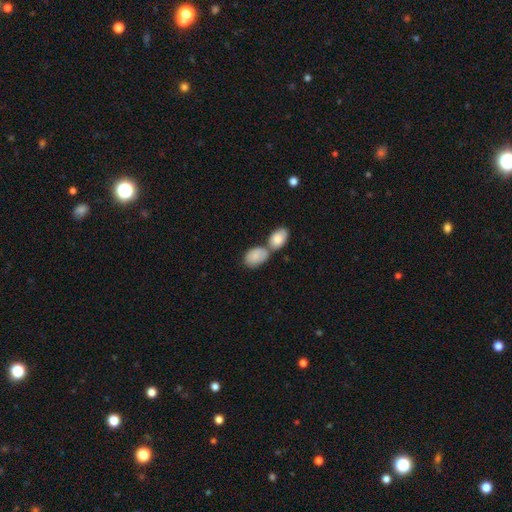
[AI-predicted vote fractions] This appears to be a smooth galaxy with no disk features (82%) that is in between round and cigar-shaped (88%). Merging: merger (50%).